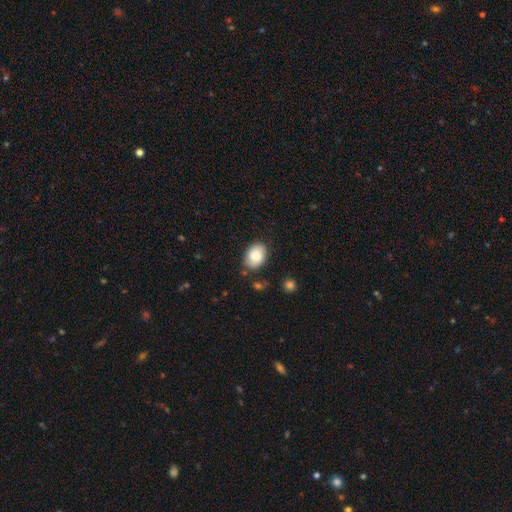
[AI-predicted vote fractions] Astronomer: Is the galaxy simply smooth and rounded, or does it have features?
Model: smooth — 84%.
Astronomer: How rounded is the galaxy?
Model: in between — 78%.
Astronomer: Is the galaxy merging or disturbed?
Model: none — 80%.